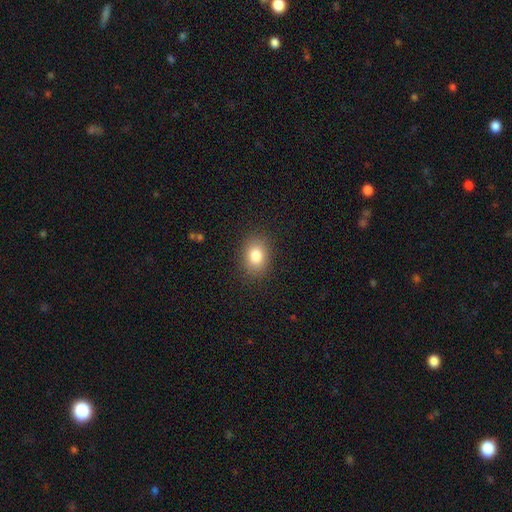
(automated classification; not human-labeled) smooth_or_featured: smooth (p=0.81) [alt: star or artifact p=0.11]
how_rounded: in between (p=0.58) [alt: round p=0.41]
merging: none (p=0.88) [alt: minor disturbance p=0.08]